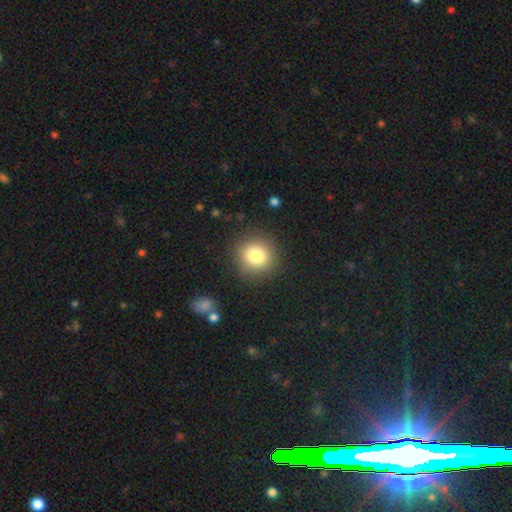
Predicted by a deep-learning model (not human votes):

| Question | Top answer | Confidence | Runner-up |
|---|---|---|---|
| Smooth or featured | smooth | 80% | star or artifact (12%) |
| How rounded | round | 92% | in between (7%) |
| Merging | none | 89% | minor disturbance (7%) |